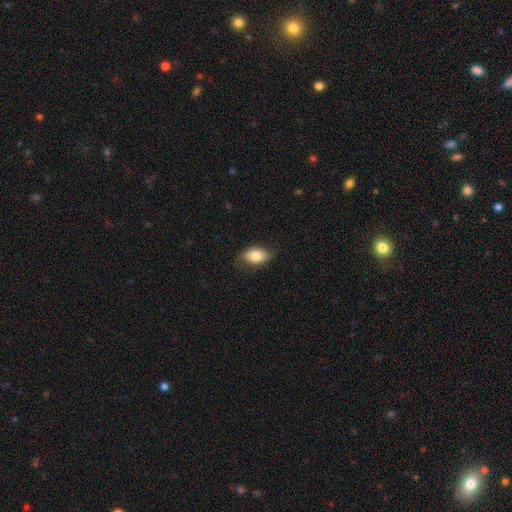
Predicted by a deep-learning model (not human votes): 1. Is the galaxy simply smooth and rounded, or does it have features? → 79% smooth, 14% featured or disk, 7% star or artifact.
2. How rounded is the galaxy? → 90% in between, 8% round, 2% cigar-shaped.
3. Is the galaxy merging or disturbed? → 74% none, 20% minor disturbance, 5% major disturbance, 1% merger.